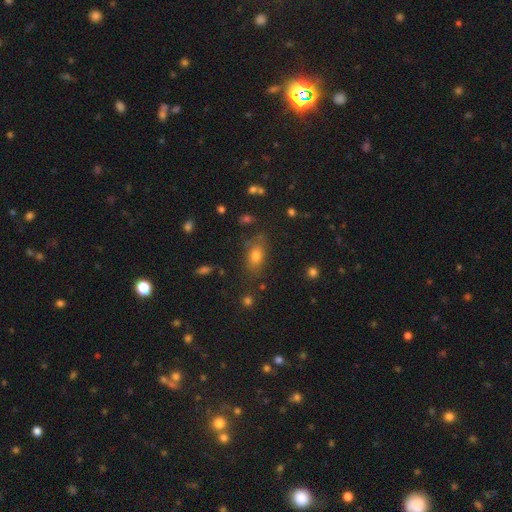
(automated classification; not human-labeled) smooth_or_featured: smooth (p=0.73) [alt: star or artifact p=0.15]
how_rounded: in between (p=0.79) [alt: round p=0.15]
merging: none (p=0.75) [alt: minor disturbance p=0.16]